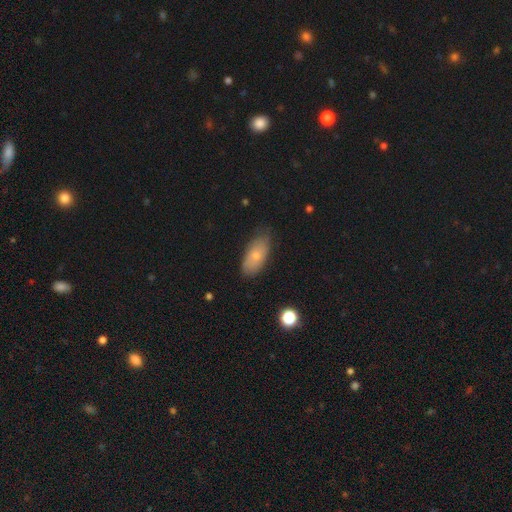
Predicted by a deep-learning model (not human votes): The model was most divided on "smooth or featured": smooth: 66%, featured or disk: 26%, star or artifact: 7%. More confident: how rounded — in between (89%); merging — none (71%).